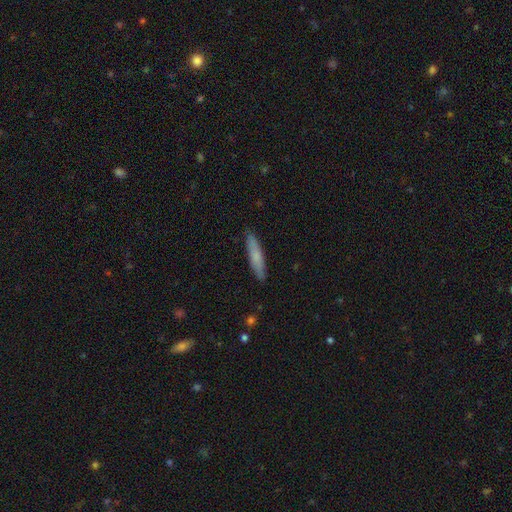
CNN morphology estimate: This is likely a smooth galaxy (70%). How rounded: clearly cigar-shaped (88%). Merging: clearly none (89%).